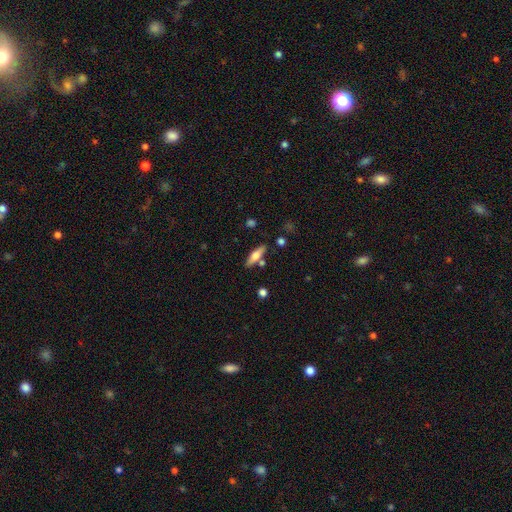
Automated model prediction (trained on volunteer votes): This appears to be a smooth galaxy with no disk features (54%) that is cigar-shaped (59%). Merging: none (78%).